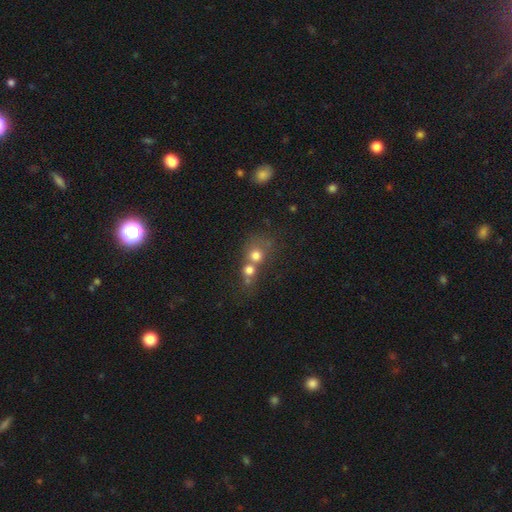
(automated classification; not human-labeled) This appears to be a smooth galaxy with no disk features (70%) that is round (82%). Merging: merger (57%).